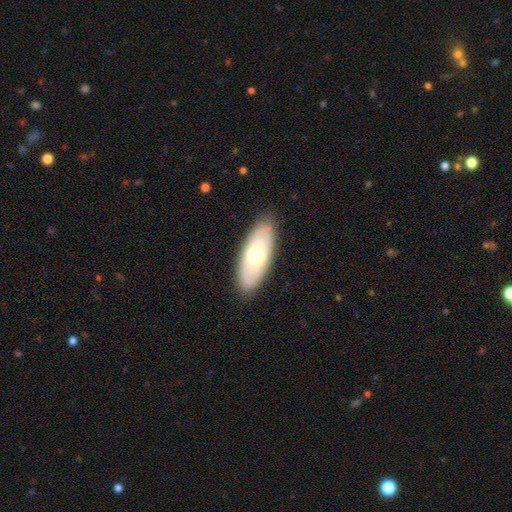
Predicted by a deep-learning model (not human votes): Smooth or featured: smooth — 51% (featured or disk — 43%)
How rounded: in between — 78% (cigar-shaped — 20%)
Merging: none — 87% (minor disturbance — 10%)